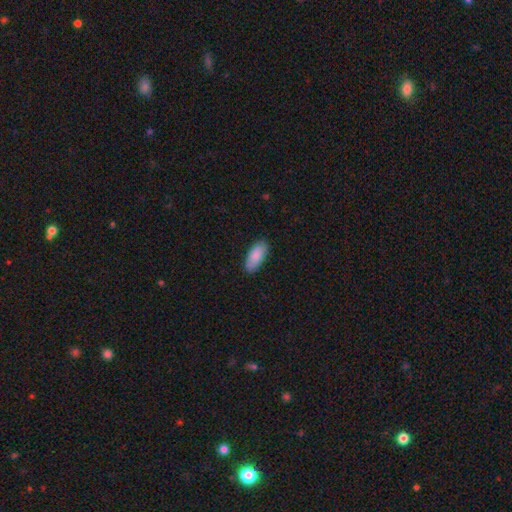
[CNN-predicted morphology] type=smooth (88%); roundness=in between (85%); merging=none (86%).